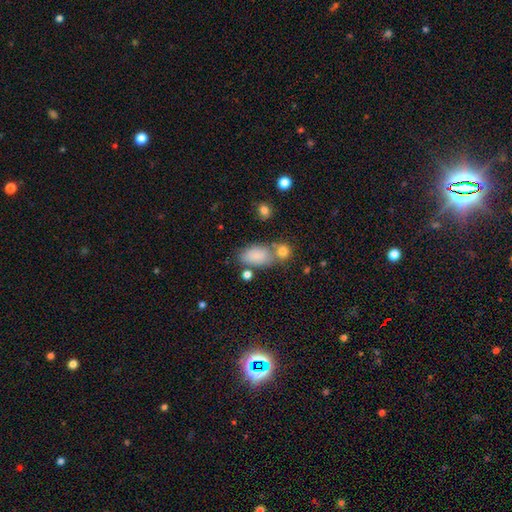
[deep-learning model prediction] Q: Smooth or featured?
A: smooth (82%); runner-up: star or artifact (9%)
Q: How rounded?
A: in between (90%); runner-up: round (7%)
Q: Merging?
A: none (55%); runner-up: merger (21%)